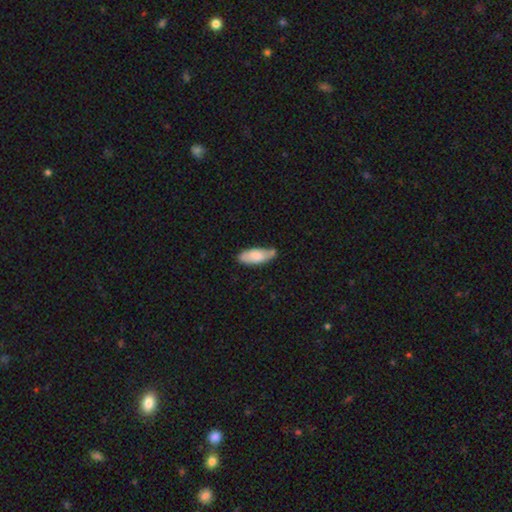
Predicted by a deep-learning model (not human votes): Smooth or featured?
  - smooth: 78% *
  - featured or disk: 16%
  - star or artifact: 6%
How rounded?
  - in between: 74% *
  - cigar-shaped: 24%
  - round: 2%
Merging?
  - none: 57% *
  - minor disturbance: 32%
  - merger: 6%
  - major disturbance: 6%